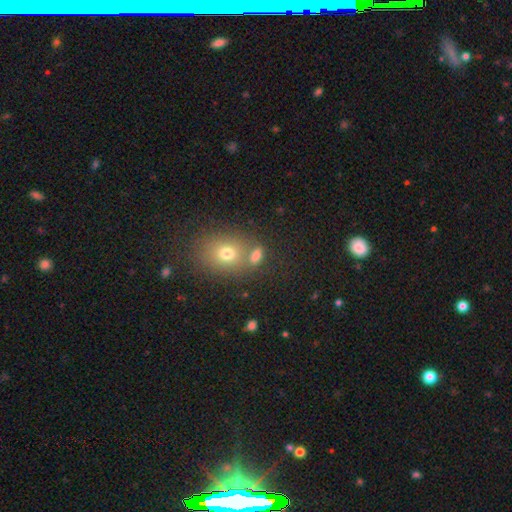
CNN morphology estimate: type=smooth (73%); roundness=in between (71%); merging=none (54%).